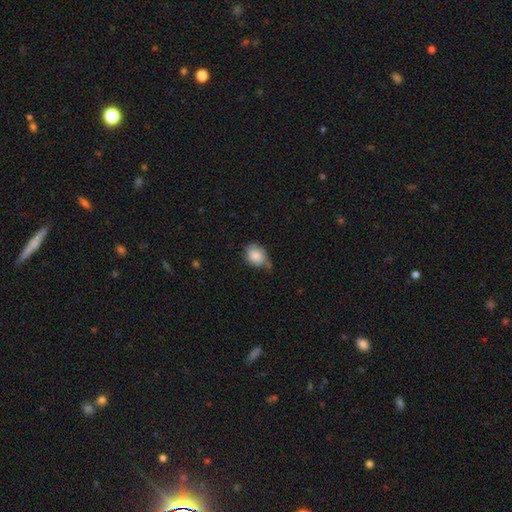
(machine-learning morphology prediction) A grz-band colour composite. It shows a smooth galaxy with no disk features (85%) that is in between round and cigar-shaped (56%). Merging: none (45%).